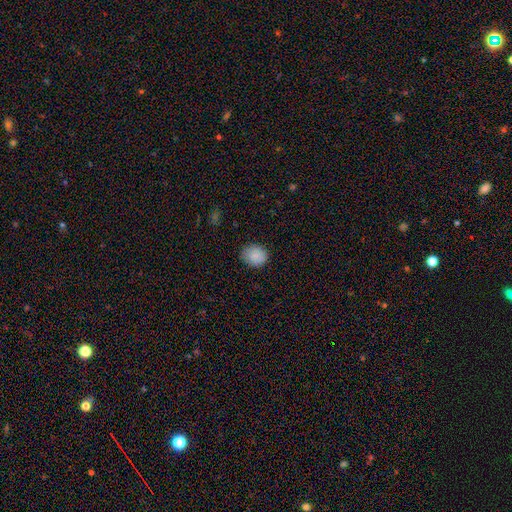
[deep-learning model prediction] This appears to be a smooth galaxy with no disk features (88%) that is round (65%). Merging: none (84%).